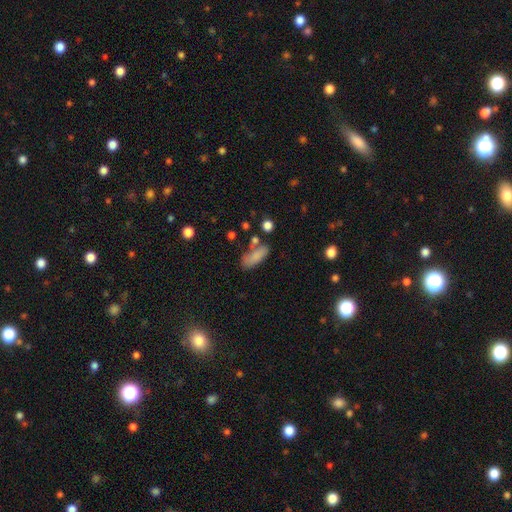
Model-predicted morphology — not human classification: Smooth or featured: smooth — 81% (featured or disk — 10%)
How rounded: in between — 66% (cigar-shaped — 31%)
Merging: none — 55% (minor disturbance — 22%)